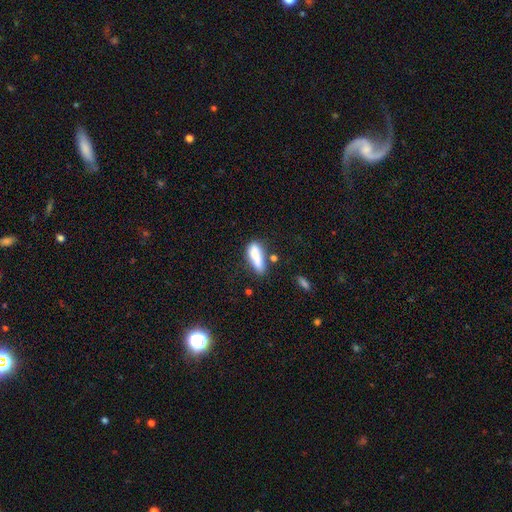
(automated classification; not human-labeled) smooth-or-featured: smooth: 78% | featured or disk: 15% | star or artifact: 8%
  how-rounded: in between: 52% | cigar-shaped: 46% | round: 3%
  merging: none: 52% | minor disturbance: 25% | merger: 13% | major disturbance: 10%